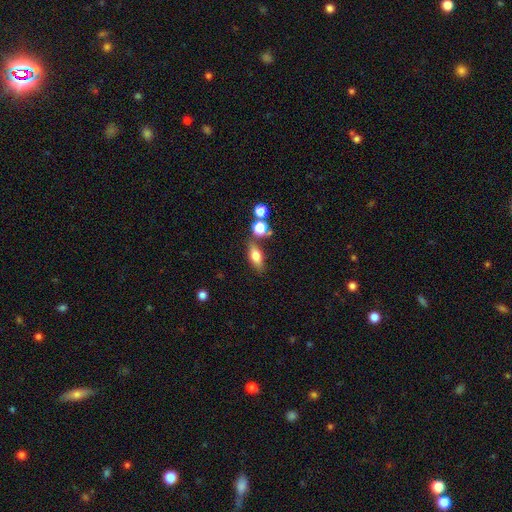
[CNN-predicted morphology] A smooth galaxy with no disk features (69%) that is in between round and cigar-shaped (72%).

Vote fractions:
- Smooth or featured? smooth: 69% / featured or disk: 21% / star or artifact: 10%
- How rounded? in between: 72% / cigar-shaped: 19% / round: 8%
- Merging? none: 71% / minor disturbance: 14% / merger: 11% / major disturbance: 5%